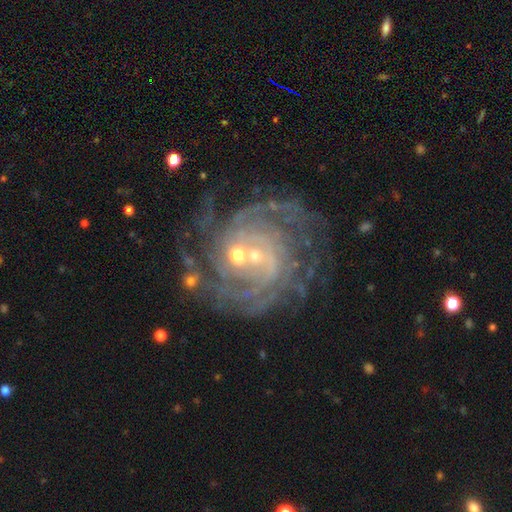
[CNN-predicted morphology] Smooth or featured? Predicted: featured or disk (p=0.88). Edge-on disk? Predicted: no (p=0.98). Bar? Predicted: no (p=0.61). Spiral arms? Predicted: yes (p=0.97). Spiral winding? Predicted: tight (p=0.70). Spiral arm count? Predicted: can't tell (p=0.24). Bulge size? Predicted: small (p=0.71). Merging? Predicted: none (p=0.63).